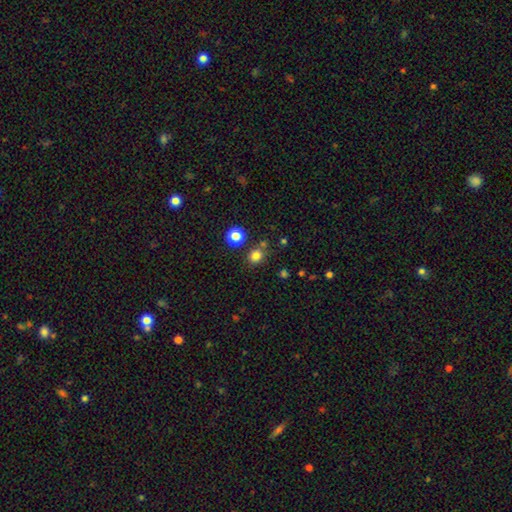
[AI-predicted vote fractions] Overall: smooth (80%). How rounded: round (80%). Merging: none (78%).